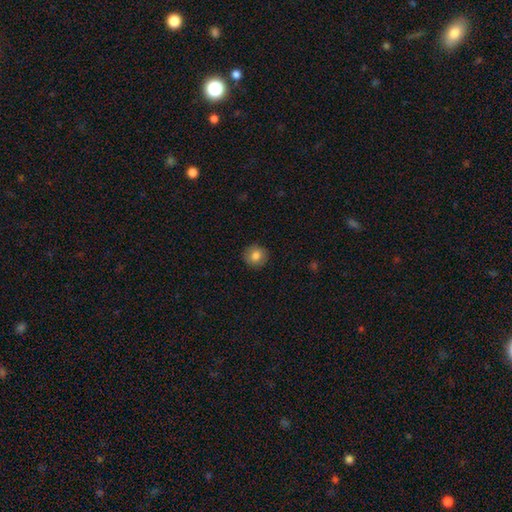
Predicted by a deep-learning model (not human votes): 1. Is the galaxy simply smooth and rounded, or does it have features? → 81% smooth, 10% featured or disk, 9% star or artifact.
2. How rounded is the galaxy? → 89% round, 10% in between, 1% cigar-shaped.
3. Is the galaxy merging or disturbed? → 91% none, 7% minor disturbance, 2% major disturbance, 1% merger.